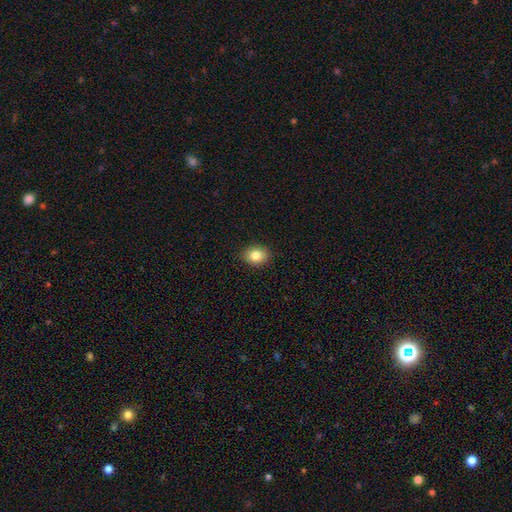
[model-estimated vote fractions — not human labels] Morphology: type=smooth (83%); roundness=in between (62%); merging=none (89%).